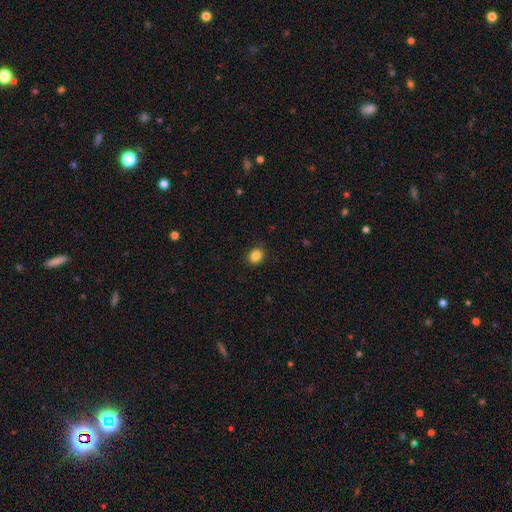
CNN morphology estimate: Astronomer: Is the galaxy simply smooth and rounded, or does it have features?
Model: smooth — 85%.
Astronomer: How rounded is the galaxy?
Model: round — 66%.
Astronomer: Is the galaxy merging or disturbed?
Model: none — 89%.